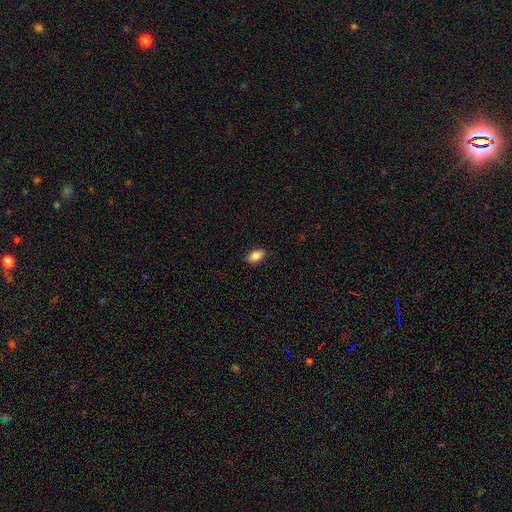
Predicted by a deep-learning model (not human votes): smooth_or_featured: smooth (p=0.86) [alt: star or artifact p=0.08]
how_rounded: in between (p=0.91) [alt: round p=0.07]
merging: none (p=0.88) [alt: minor disturbance p=0.09]